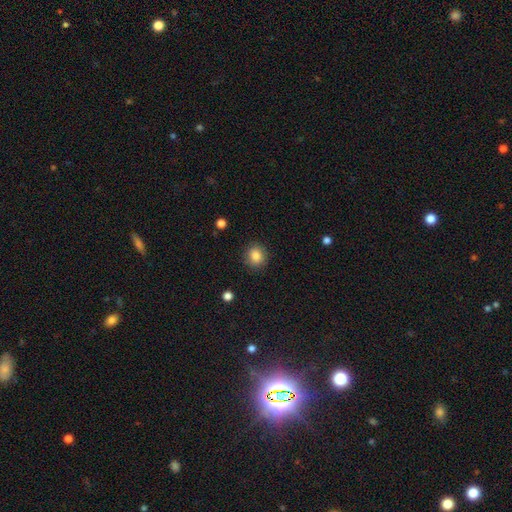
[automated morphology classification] Smooth or featured?
  - smooth: 85% *
  - star or artifact: 10%
  - featured or disk: 5%
How rounded?
  - round: 78% *
  - in between: 21%
  - cigar-shaped: 1%
Merging?
  - none: 88% *
  - minor disturbance: 9%
  - major disturbance: 3%
  - merger: 1%